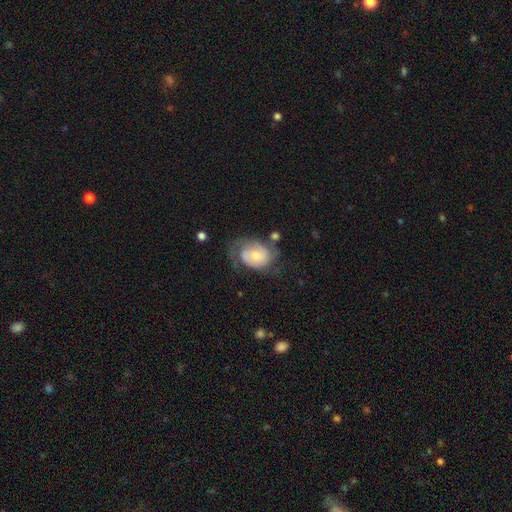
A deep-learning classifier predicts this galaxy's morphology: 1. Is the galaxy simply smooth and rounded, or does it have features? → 58% featured or disk, 35% smooth, 7% star or artifact.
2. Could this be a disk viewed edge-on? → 97% no, 3% yes.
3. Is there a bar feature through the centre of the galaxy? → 68% no, 27% weak, 5% strong.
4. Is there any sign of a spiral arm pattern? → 83% yes, 17% no.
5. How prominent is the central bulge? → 46% small, 40% moderate, 7% large, 5% none, 2% dominant.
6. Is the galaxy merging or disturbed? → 44% none, 26% minor disturbance, 24% major disturbance, 5% merger.